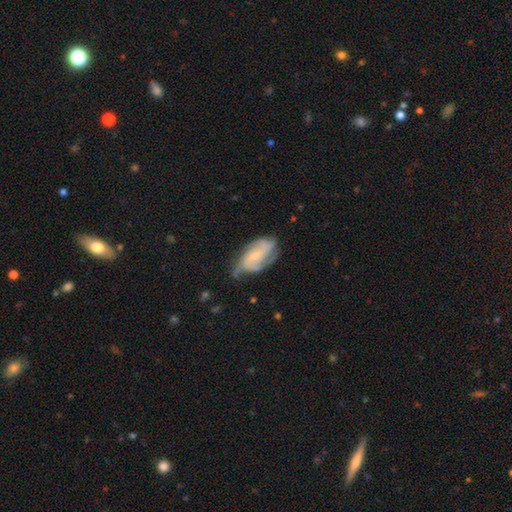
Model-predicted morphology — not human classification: This is likely a featured or disk galaxy (76%). It is clearly not viewed edge-on (96%). Bar: likely no (64%). Spiral arm pattern: clearly yes (94%). Spiral arm count: marginally 3 (38%). Spiral winding: marginally medium (44%). Central bulge: likely small (65%). Merging: possibly none (58%).